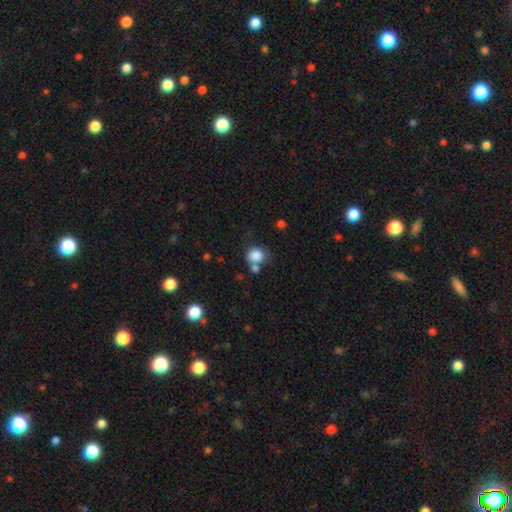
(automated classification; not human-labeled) Smooth or featured? Predicted: smooth (p=0.84). How rounded? Predicted: round (p=0.64). Merging? Predicted: none (p=0.52).